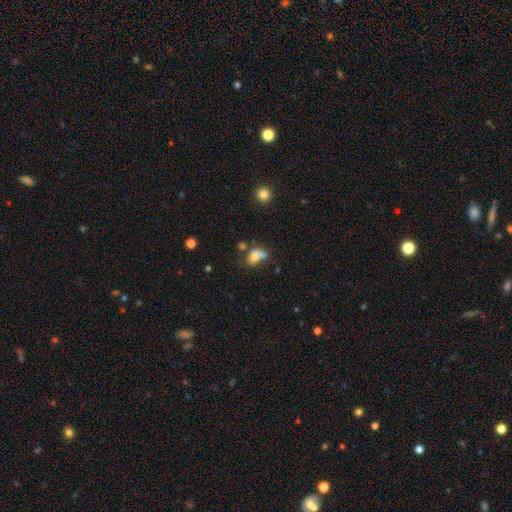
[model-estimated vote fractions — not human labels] A smooth galaxy with no disk features (65%) that is in between round and cigar-shaped (74%).

Vote fractions:
- Smooth or featured? smooth: 65% / featured or disk: 22% / star or artifact: 13%
- How rounded? in between: 74% / round: 23% / cigar-shaped: 3%
- Merging? merger: 30% / none: 27% / major disturbance: 21% / minor disturbance: 21%